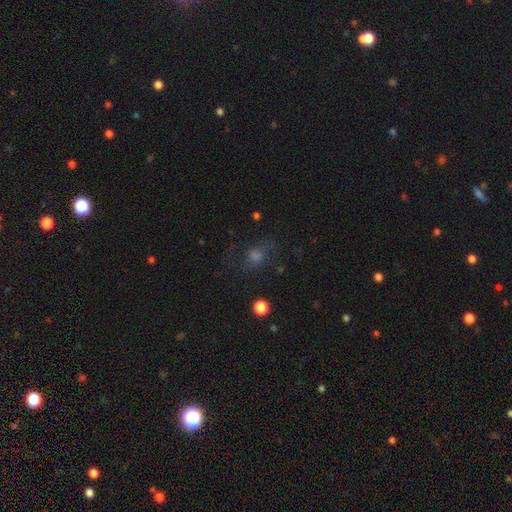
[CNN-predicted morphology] The model was most divided on "smooth or featured": smooth: 46%, star or artifact: 29%, featured or disk: 24%. More confident: merging — none (60%).